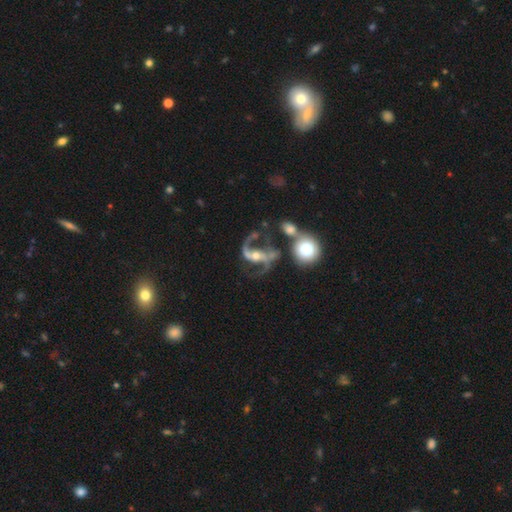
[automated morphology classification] smooth-or-featured: featured or disk: 88% | star or artifact: 6% | smooth: 5%
  disk-edge-on: no: 97% | yes: 3%
    bar: strong: 44% | weak: 29% | no: 26%
    has-spiral-arms: yes: 95% | no: 5%
      spiral-winding: loose: 61% | medium: 32% | tight: 7%
      spiral-arm-count: 2: 92% | 1: 3% | can't tell: 2% | 3: 1% | 4: 1% | more than 4: 1%
    bulge-size: moderate: 59% | small: 33% | large: 5% | none: 2% | dominant: 1%
  merging: none: 52% | major disturbance: 20% | minor disturbance: 16% | merger: 13%